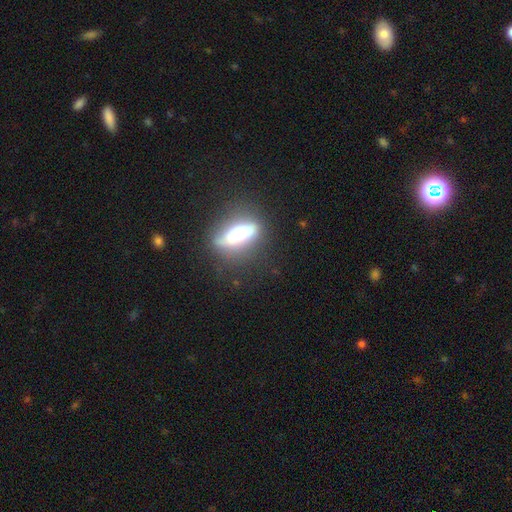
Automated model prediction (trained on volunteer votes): Morphology: type=featured or disk (48%); merging=none (72%).